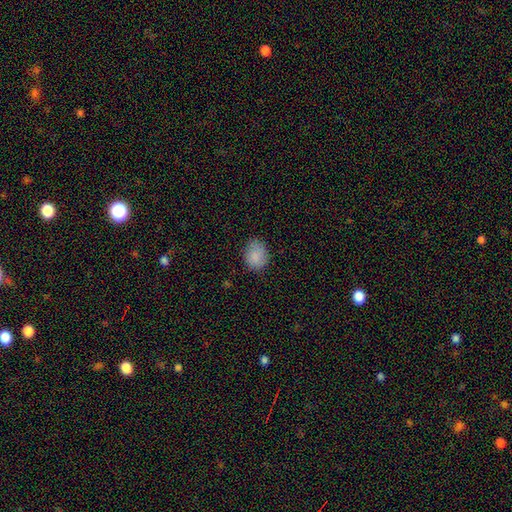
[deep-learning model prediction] The model was most divided on "how rounded": round: 51%, in between: 48%, cigar-shaped: 1%. More confident: smooth or featured — smooth (86%); merging — none (78%).